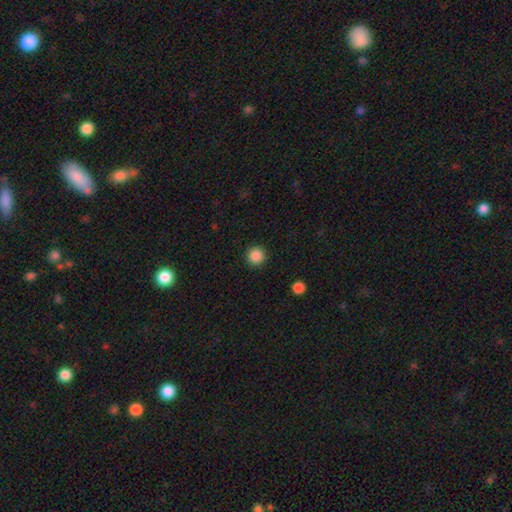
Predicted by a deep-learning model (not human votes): Q: Smooth or featured?
A: smooth (87%); runner-up: star or artifact (10%)
Q: How rounded?
A: round (96%); runner-up: in between (3%)
Q: Merging?
A: none (92%); runner-up: minor disturbance (5%)